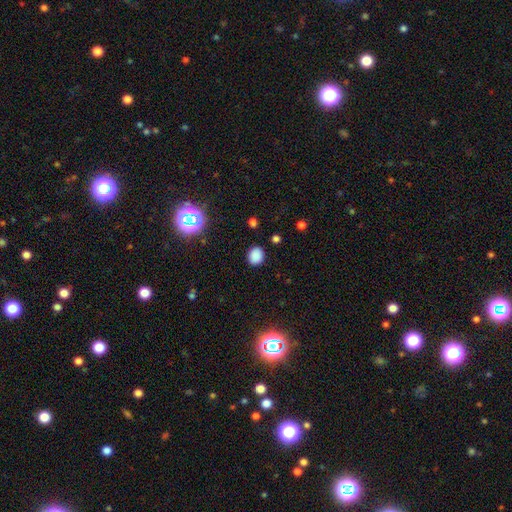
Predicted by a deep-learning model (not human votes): A smooth galaxy with no disk features (82%) that is round (60%).

Vote fractions:
- Smooth or featured? smooth: 82% / star or artifact: 14% / featured or disk: 4%
- How rounded? round: 60% / in between: 40% / cigar-shaped: 1%
- Merging? none: 86% / minor disturbance: 9% / major disturbance: 3% / merger: 1%